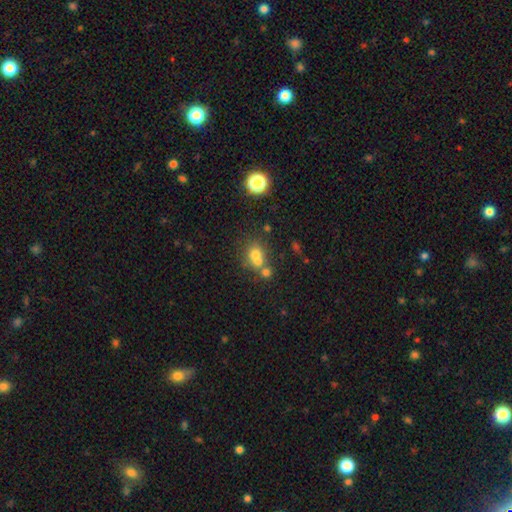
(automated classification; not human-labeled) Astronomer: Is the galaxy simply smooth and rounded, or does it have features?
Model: smooth — 65%.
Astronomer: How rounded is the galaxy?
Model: round — 71%.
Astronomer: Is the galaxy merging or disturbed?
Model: merger — 50% (runner-up: none, 38%).